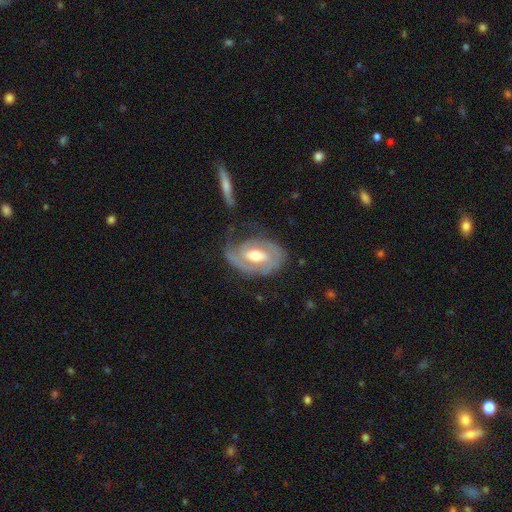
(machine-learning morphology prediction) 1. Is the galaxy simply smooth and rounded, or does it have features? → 80% featured or disk, 15% smooth, 5% star or artifact.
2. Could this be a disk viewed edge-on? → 96% no, 4% yes.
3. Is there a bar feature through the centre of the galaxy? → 47% weak, 32% no, 20% strong.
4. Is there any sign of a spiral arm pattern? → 86% yes, 14% no.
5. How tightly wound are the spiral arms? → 57% tight, 32% medium, 11% loose.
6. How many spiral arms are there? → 52% 2, 21% can't tell, 18% 1, 5% 3, 2% 4, 2% more than 4.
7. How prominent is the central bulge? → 71% moderate, 15% small, 12% large, 1% none, 1% dominant.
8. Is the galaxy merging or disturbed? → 57% none, 24% minor disturbance, 16% major disturbance, 2% merger.